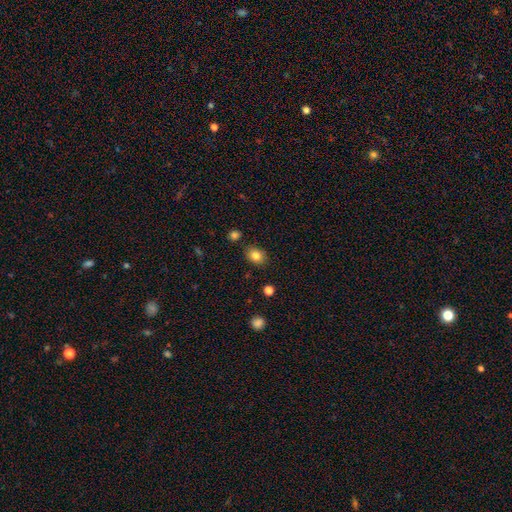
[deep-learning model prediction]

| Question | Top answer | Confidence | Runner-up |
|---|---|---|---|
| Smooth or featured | smooth | 83% | star or artifact (10%) |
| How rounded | in between | 52% | round (47%) |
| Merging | none | 83% | minor disturbance (11%) |